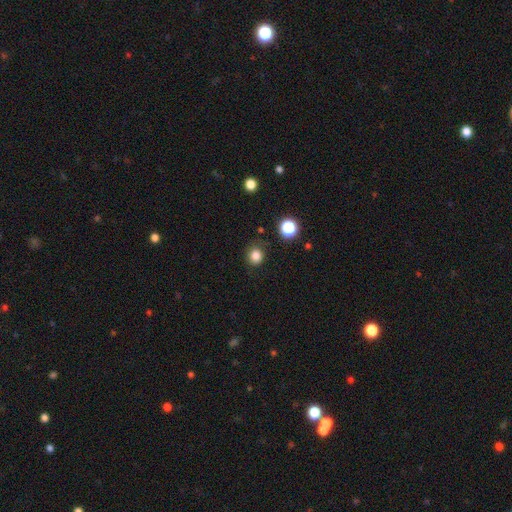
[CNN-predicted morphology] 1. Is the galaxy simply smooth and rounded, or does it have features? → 82% smooth, 13% star or artifact, 5% featured or disk.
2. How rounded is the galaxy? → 82% round, 17% in between, 1% cigar-shaped.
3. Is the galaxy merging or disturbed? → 79% none, 14% minor disturbance, 4% major disturbance, 2% merger.